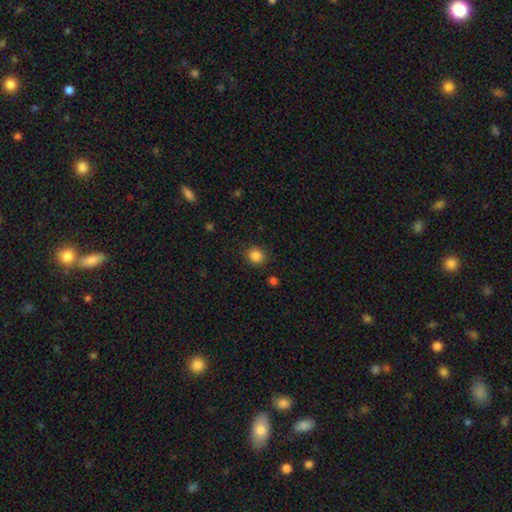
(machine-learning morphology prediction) smooth 85%, star or artifact 11%, featured or disk 4%. Down the decision tree: how rounded — round (82%); merging — none (87%).